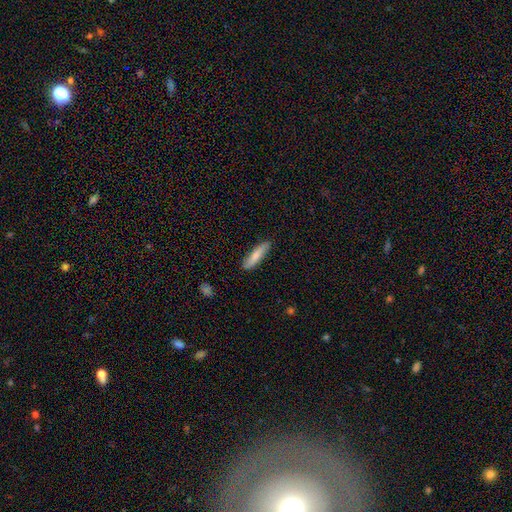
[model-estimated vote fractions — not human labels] Morphology: type=smooth (72%); roundness=cigar-shaped (78%); merging=none (85%).